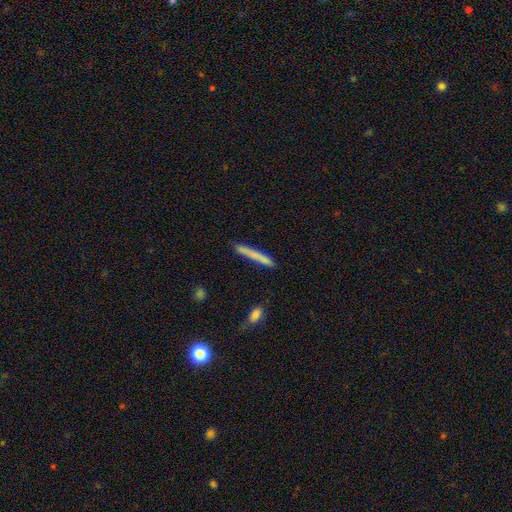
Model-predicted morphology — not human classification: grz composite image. It shows a smooth galaxy with no disk features (69%) that is cigar-shaped (96%). Merging: none (82%).